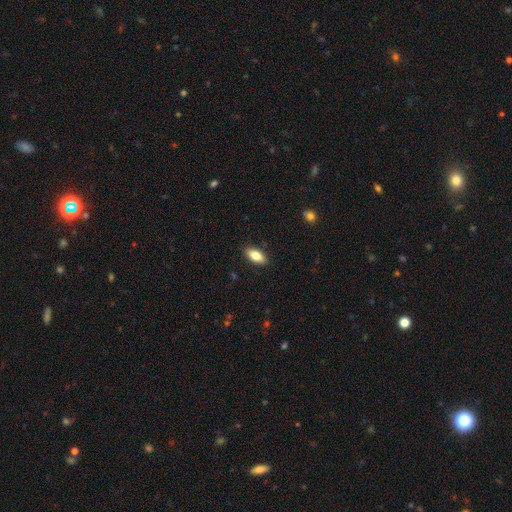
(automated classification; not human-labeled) smooth-or-featured: smooth: 80% | featured or disk: 13% | star or artifact: 7%
  how-rounded: in between: 87% | cigar-shaped: 10% | round: 3%
  merging: none: 89% | minor disturbance: 8% | major disturbance: 2% | merger: 1%